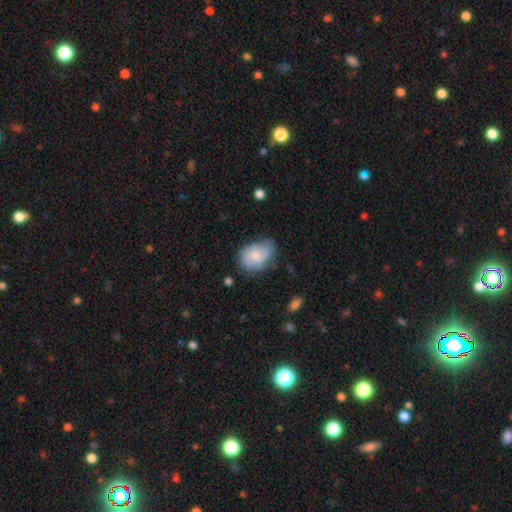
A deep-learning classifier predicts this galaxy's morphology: Smooth or featured: smooth — 60% (featured or disk — 32%)
How rounded: in between — 78% (round — 20%)
Merging: none — 55% (minor disturbance — 30%)